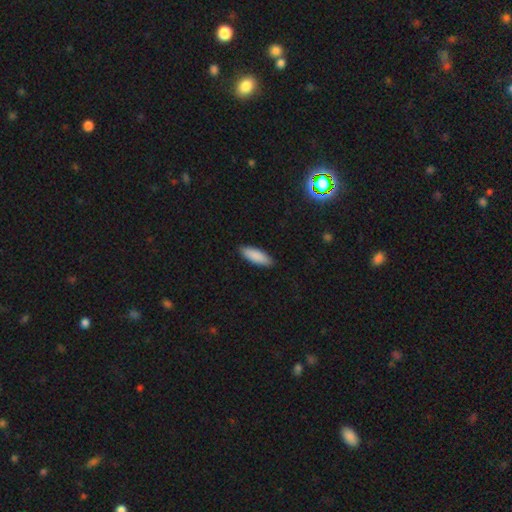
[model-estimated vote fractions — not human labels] Morphology: type=smooth (89%); roundness=in between (63%); merging=none (89%).